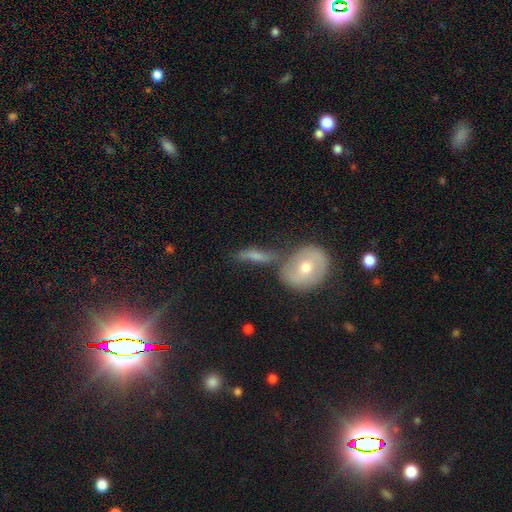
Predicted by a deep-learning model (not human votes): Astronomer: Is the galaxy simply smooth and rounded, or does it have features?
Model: smooth — 57% (runner-up: featured or disk, 34%).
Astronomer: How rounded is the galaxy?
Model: cigar-shaped — 47% (runner-up: in between, 42%).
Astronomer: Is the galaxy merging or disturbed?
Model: none — 47% (runner-up: merger, 28%).